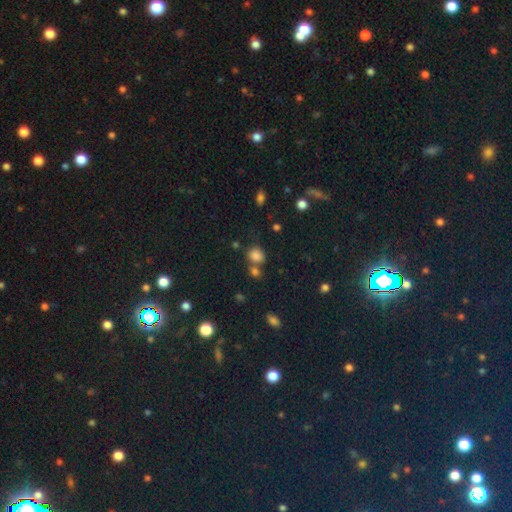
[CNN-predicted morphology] A smooth galaxy with no disk features (80%) that is round (62%). Merging: none (54%).